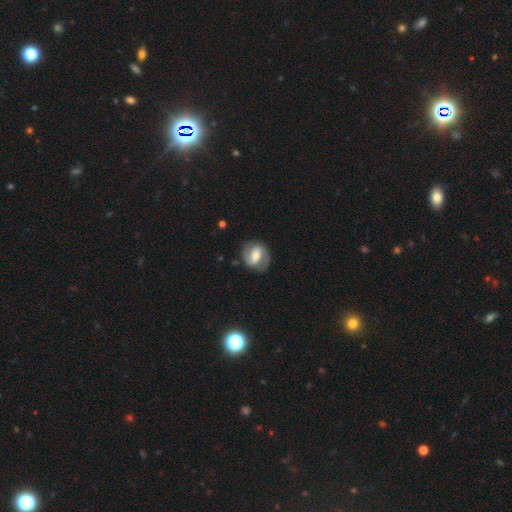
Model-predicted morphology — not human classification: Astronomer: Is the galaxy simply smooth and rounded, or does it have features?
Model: featured or disk — 74%.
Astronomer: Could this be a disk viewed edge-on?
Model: no — 97%.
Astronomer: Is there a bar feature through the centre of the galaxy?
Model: strong — 41% (runner-up: weak, 40%).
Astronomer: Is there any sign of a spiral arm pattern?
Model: yes — 87%.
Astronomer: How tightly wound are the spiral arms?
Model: medium — 48% (runner-up: tight, 33%).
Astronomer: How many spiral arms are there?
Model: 2 — 87%.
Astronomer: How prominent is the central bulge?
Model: moderate — 59%.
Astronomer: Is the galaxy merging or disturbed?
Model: none — 79%.